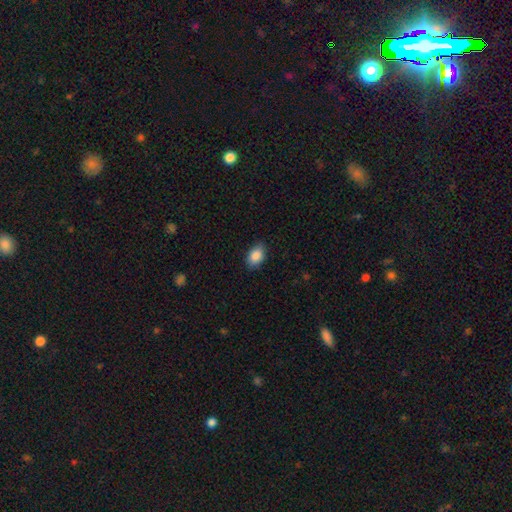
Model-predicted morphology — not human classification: smooth 88%, star or artifact 7%, featured or disk 5%. Down the decision tree: how rounded — in between (88%); merging — none (84%).